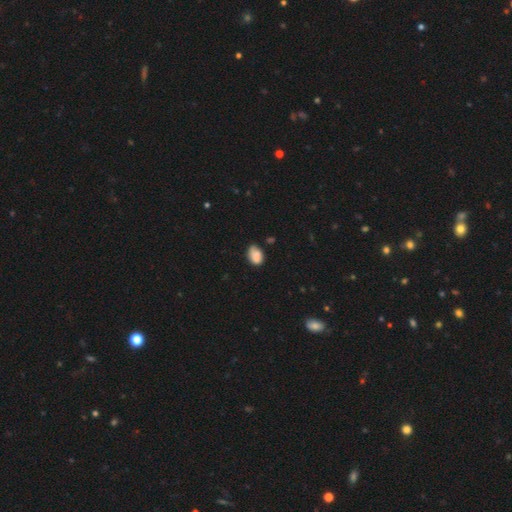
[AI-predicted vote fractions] This is clearly a smooth galaxy (83%). How rounded: likely in between (80%). Merging: possibly none (59%).